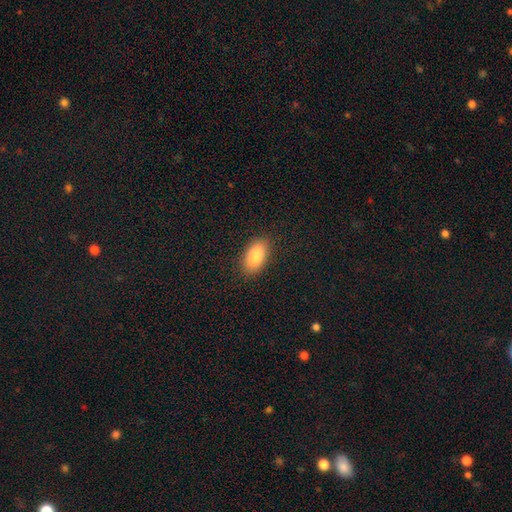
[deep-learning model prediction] A smooth galaxy with no disk features (86%) that is in between round and cigar-shaped (94%). Merging: none (87%).